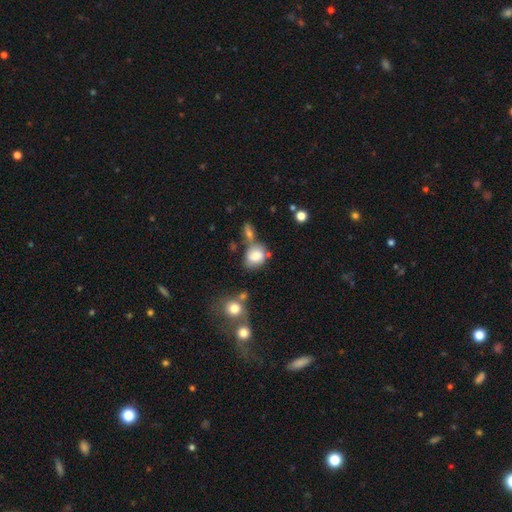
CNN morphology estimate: Smooth or featured? smooth (78%)
How rounded? in between (53%)
Merging? none (41%)